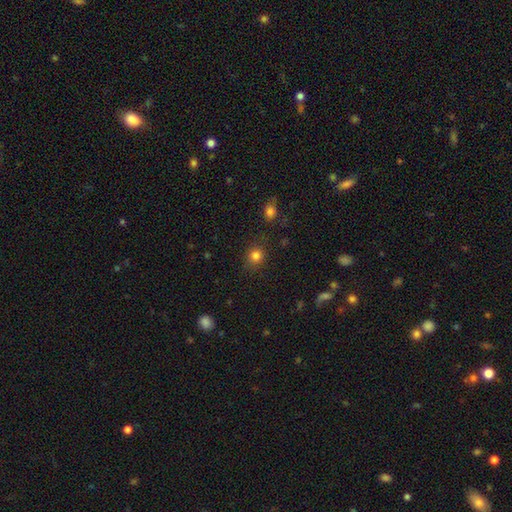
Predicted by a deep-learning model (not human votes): smooth-or-featured: smooth: 81% | star or artifact: 14% | featured or disk: 5%
  how-rounded: round: 85% | in between: 14% | cigar-shaped: 1%
  merging: none: 85% | minor disturbance: 9% | major disturbance: 3% | merger: 2%